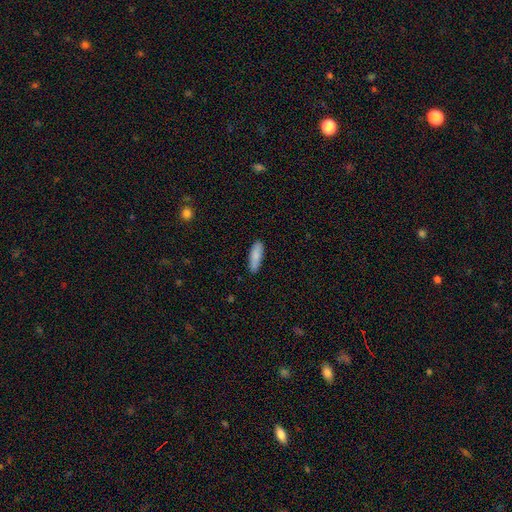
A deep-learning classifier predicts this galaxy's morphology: The model was most divided on "how rounded": cigar-shaped: 54%, in between: 44%, round: 2%. More confident: smooth or featured — smooth (86%); merging — none (85%).